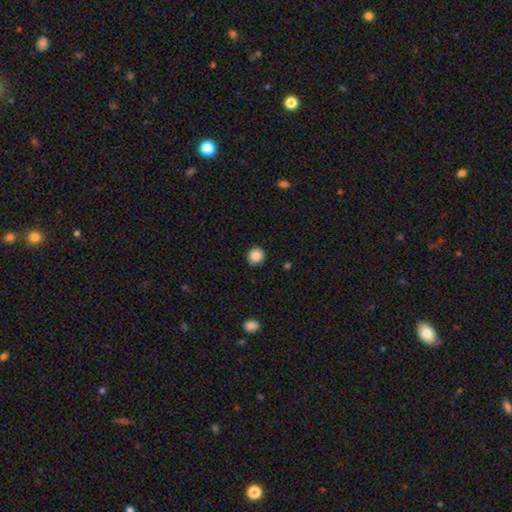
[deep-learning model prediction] Smooth or featured: smooth — 87% (star or artifact — 9%)
How rounded: round — 87% (in between — 12%)
Merging: none — 89% (minor disturbance — 8%)